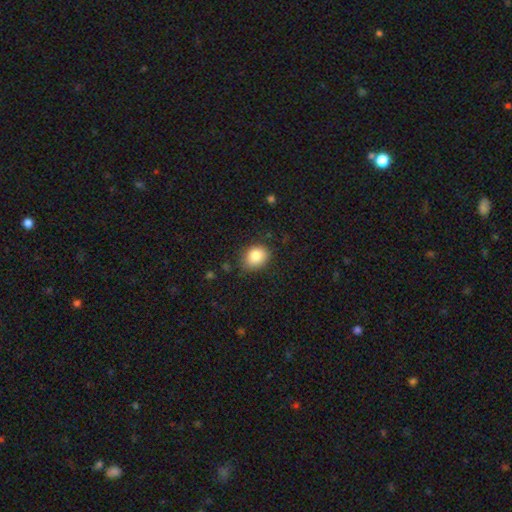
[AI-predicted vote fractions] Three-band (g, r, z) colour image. It shows a smooth galaxy with no disk features (86%) that is in between round and cigar-shaped (53%). Merging: none (78%).